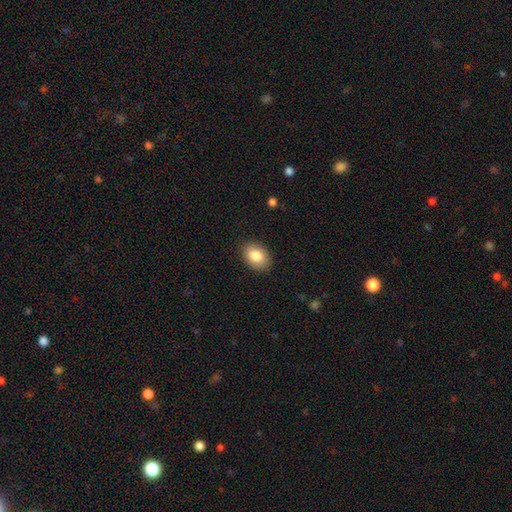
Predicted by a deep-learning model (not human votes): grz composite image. It shows a smooth galaxy with no disk features (85%) that is in between round and cigar-shaped (81%). Merging: none (88%).